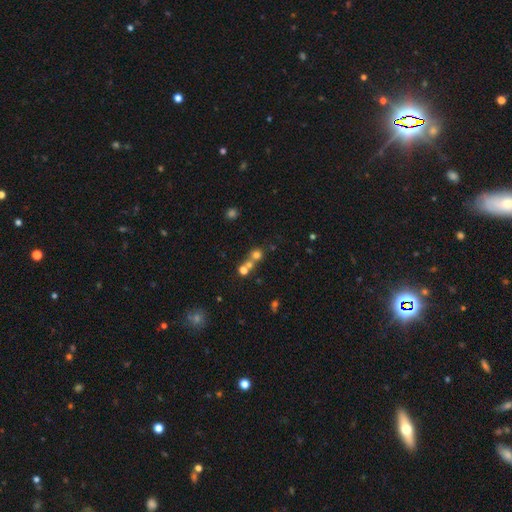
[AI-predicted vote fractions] Smooth or featured?
  - smooth: 54% *
  - star or artifact: 31%
  - featured or disk: 15%
How rounded?
  - round: 87% *
  - in between: 12%
  - cigar-shaped: 2%
Merging?
  - none: 49% *
  - merger: 40%
  - minor disturbance: 7%
  - major disturbance: 4%